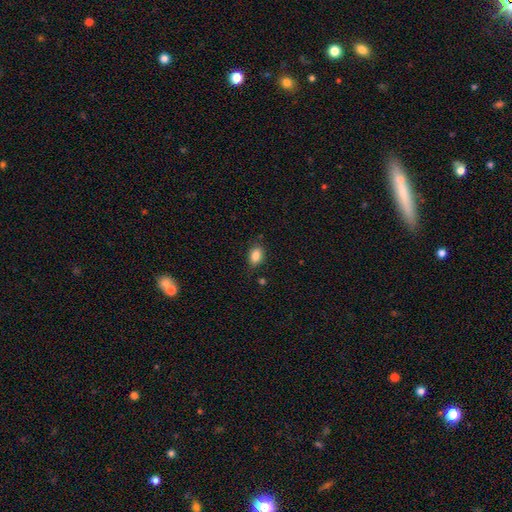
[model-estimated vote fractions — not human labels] Smooth or featured? Predicted: smooth (p=0.86). How rounded? Predicted: in between (p=0.84). Merging? Predicted: none (p=0.80).